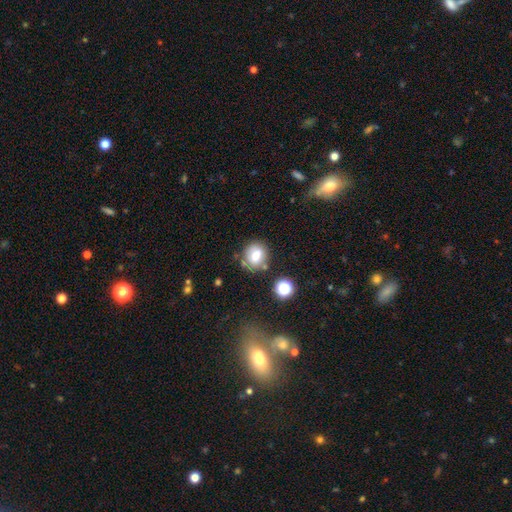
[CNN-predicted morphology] Overall: smooth (73%). How rounded: round (74%). Merging: none (71%).